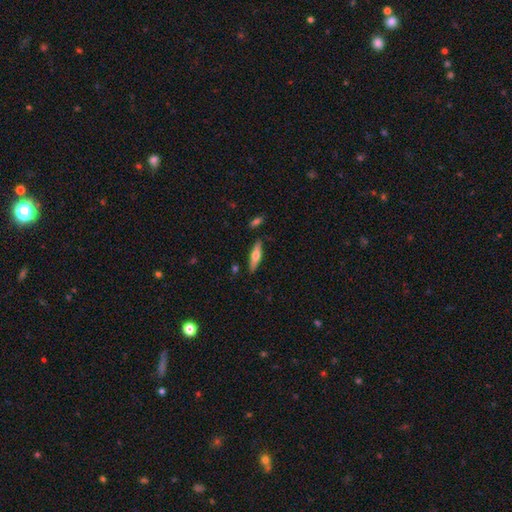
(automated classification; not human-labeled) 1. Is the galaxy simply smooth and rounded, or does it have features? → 48% smooth, 46% featured or disk, 6% star or artifact.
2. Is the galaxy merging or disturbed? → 85% none, 10% minor disturbance, 3% merger, 2% major disturbance.